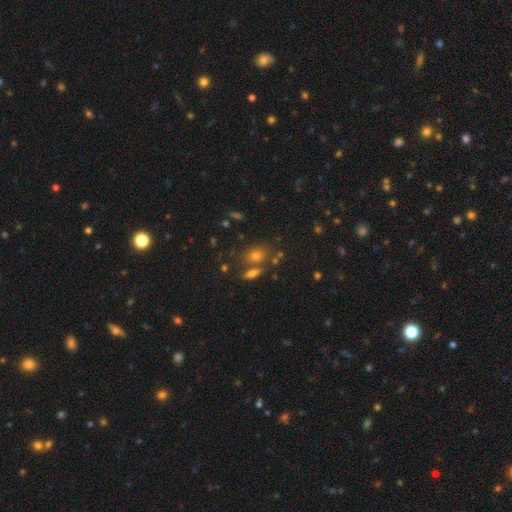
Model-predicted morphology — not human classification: Smooth or featured: smooth — 71% (star or artifact — 16%)
How rounded: in between — 58% (round — 38%)
Merging: none — 64% (merger — 19%)